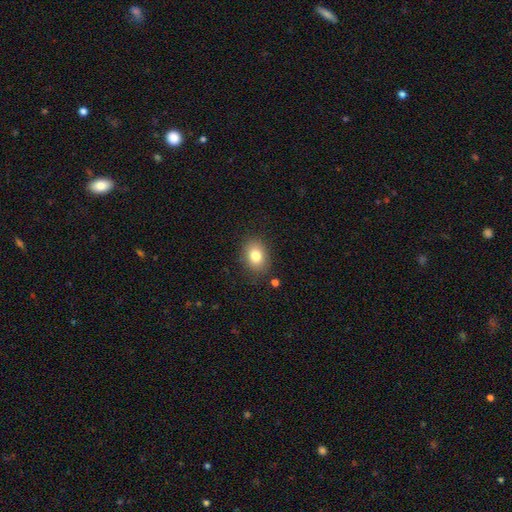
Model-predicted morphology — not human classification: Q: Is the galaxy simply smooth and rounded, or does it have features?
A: smooth — 81%.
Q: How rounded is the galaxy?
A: in between — 67%.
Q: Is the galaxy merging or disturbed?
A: none — 85%.